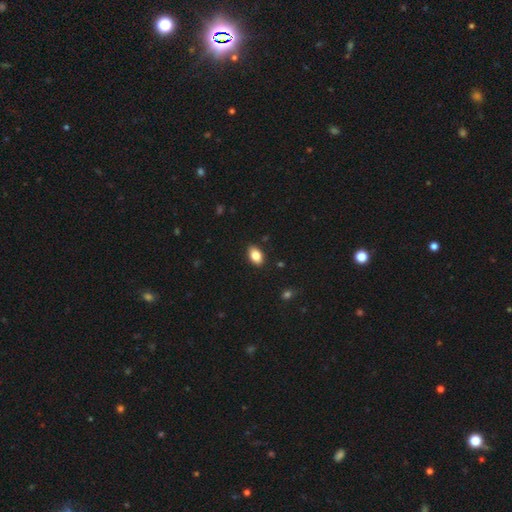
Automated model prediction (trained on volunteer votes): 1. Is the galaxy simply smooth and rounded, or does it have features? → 84% smooth, 8% featured or disk, 8% star or artifact.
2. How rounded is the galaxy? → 89% in between, 9% round, 2% cigar-shaped.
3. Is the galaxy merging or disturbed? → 88% none, 9% minor disturbance, 2% major disturbance, 1% merger.